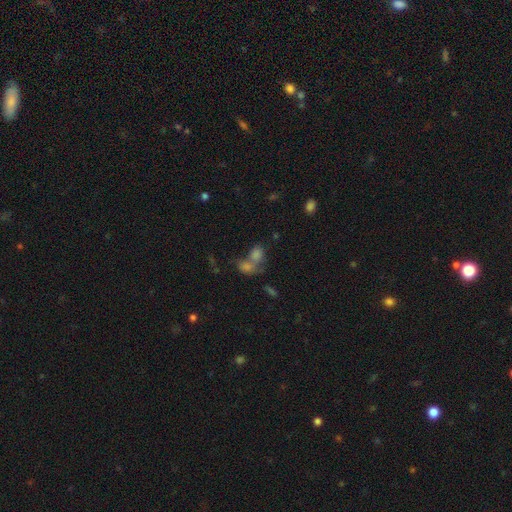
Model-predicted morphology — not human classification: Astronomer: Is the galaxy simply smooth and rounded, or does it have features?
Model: smooth — 55%.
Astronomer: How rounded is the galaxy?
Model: in between — 56% (runner-up: round, 40%).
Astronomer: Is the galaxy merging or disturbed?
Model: merger — 53% (runner-up: none, 32%).